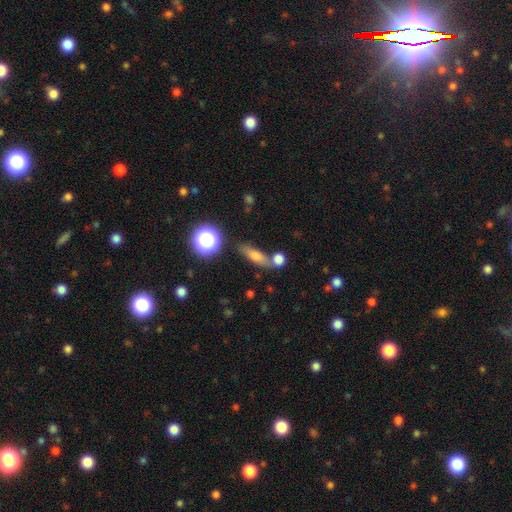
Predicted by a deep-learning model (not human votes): Smooth or featured? smooth (63%)
How rounded? cigar-shaped (45%)
Merging? none (68%)